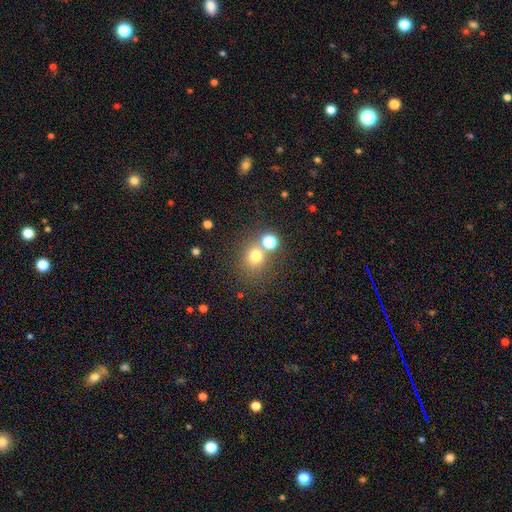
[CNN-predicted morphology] This is likely a smooth galaxy (70%). How rounded: clearly round (80%). Merging: likely none (64%).